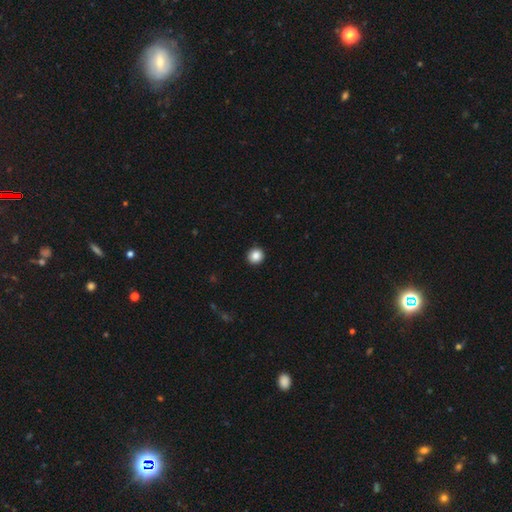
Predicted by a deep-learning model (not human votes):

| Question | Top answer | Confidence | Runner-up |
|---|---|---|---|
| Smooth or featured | smooth | 87% | star or artifact (10%) |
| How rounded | round | 90% | in between (9%) |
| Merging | none | 93% | minor disturbance (5%) |